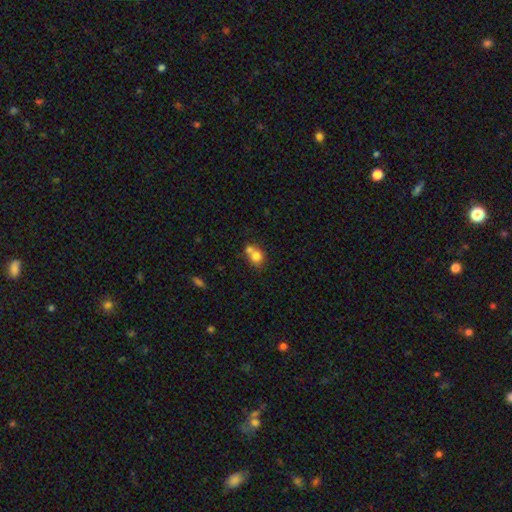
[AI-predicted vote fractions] smooth 76%, featured or disk 14%, star or artifact 10%. Down the decision tree: how rounded — round (66%); merging — merger (54%).